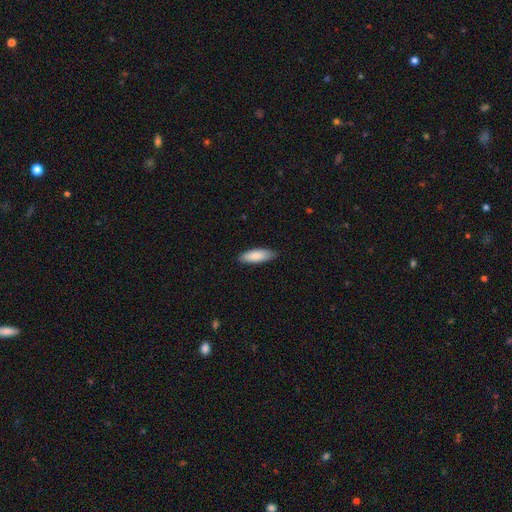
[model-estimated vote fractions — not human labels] A smooth galaxy with no disk features (87%) that is in between round and cigar-shaped (61%).

Vote fractions:
- Smooth or featured? smooth: 87% / featured or disk: 8% / star or artifact: 5%
- How rounded? in between: 61% / cigar-shaped: 38% / round: 1%
- Merging? none: 85% / minor disturbance: 12% / major disturbance: 2% / merger: 1%